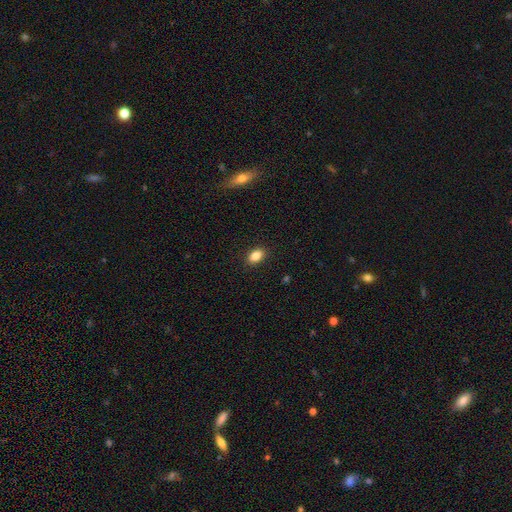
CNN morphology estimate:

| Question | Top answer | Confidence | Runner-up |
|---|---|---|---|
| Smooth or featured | smooth | 85% | star or artifact (9%) |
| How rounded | in between | 85% | round (14%) |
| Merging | none | 89% | minor disturbance (8%) |